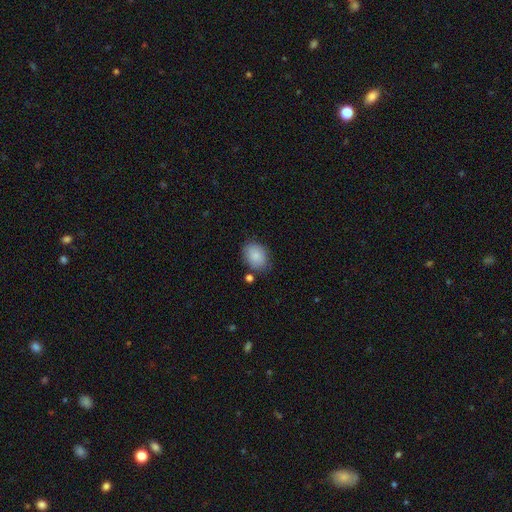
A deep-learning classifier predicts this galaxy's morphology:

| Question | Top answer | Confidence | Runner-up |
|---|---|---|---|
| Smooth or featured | smooth | 87% | star or artifact (7%) |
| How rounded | in between | 69% | round (30%) |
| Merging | none | 76% | minor disturbance (16%) |